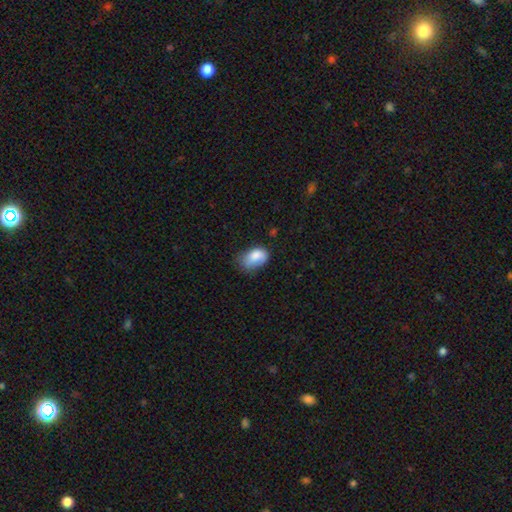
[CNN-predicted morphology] smooth_or_featured: smooth (p=0.82) [alt: featured or disk p=0.10]
how_rounded: in between (p=0.86) [alt: round p=0.12]
merging: minor disturbance (p=0.41) [alt: none p=0.40]